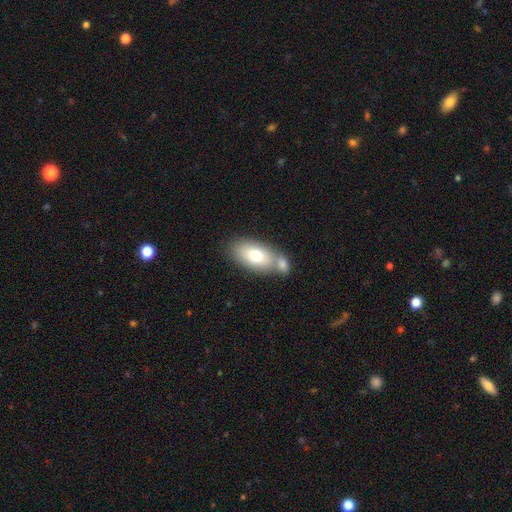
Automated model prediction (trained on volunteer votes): The model was most divided on "merging": none: 44%, merger: 40%, minor disturbance: 12%, major disturbance: 4%. More confident: how rounded — in between (91%); smooth or featured — smooth (73%).